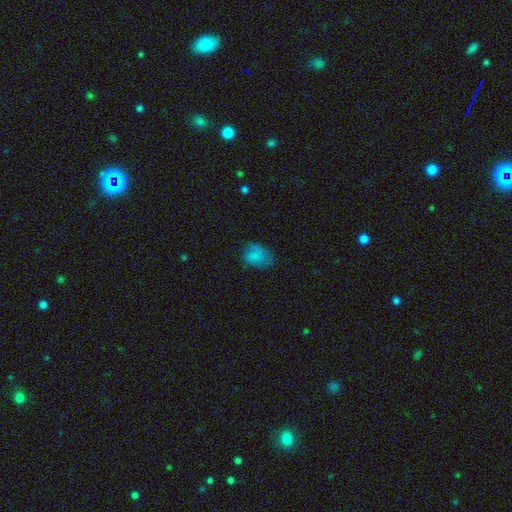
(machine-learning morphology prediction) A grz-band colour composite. It shows a smooth galaxy with no disk features (79%) that is in between round and cigar-shaped (74%). Merging: none (50%).